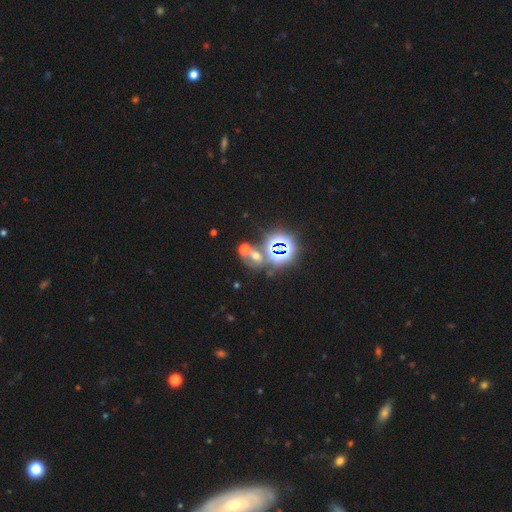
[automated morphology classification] smooth-or-featured: star or artifact: 47% | smooth: 35% | featured or disk: 18%